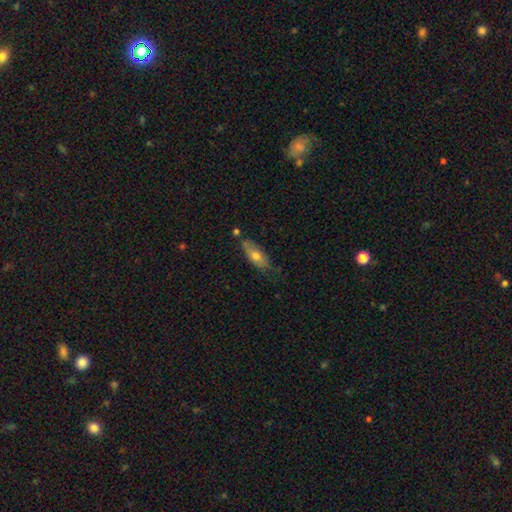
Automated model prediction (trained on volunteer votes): The model was most divided on "how rounded": in between: 69%, cigar-shaped: 28%, round: 3%. More confident: smooth or featured — smooth (67%); merging — none (66%).